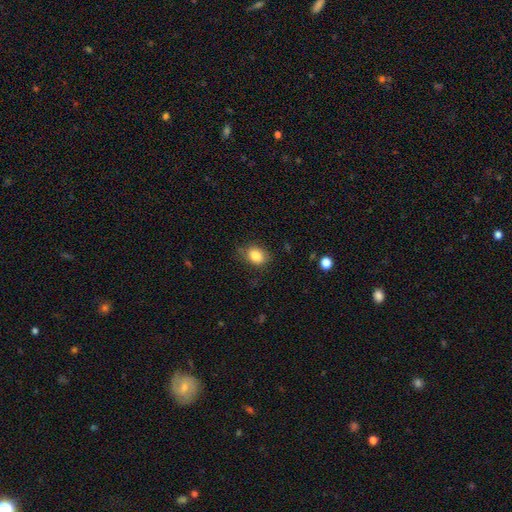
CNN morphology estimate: smooth 84%, star or artifact 9%, featured or disk 7%. Down the decision tree: how rounded — in between (65%); merging — none (74%).